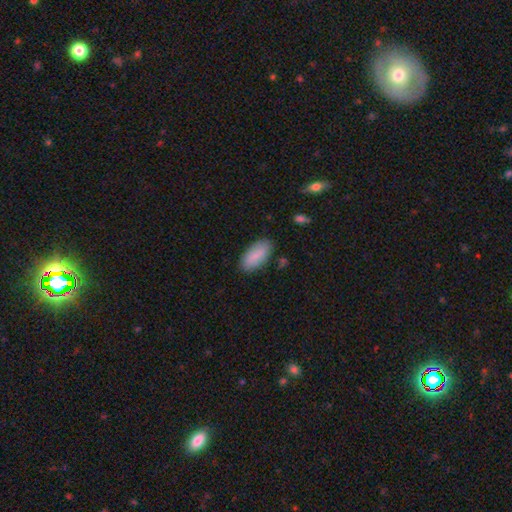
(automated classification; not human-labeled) Q: Smooth or featured?
A: smooth (84%); runner-up: featured or disk (10%)
Q: How rounded?
A: in between (90%); runner-up: cigar-shaped (8%)
Q: Merging?
A: none (82%); runner-up: minor disturbance (13%)